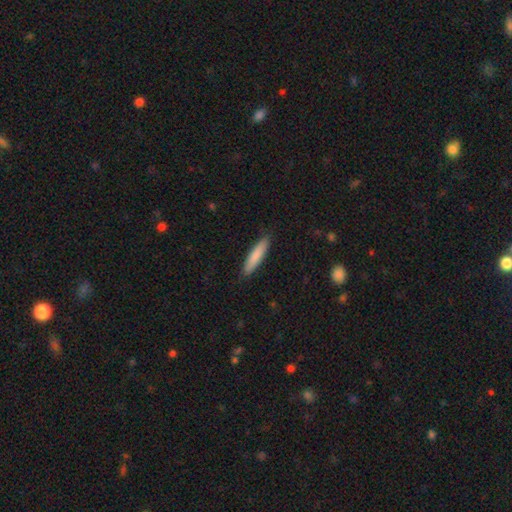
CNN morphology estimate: Q: Smooth or featured?
A: smooth (83%); runner-up: featured or disk (12%)
Q: How rounded?
A: cigar-shaped (85%); runner-up: in between (14%)
Q: Merging?
A: none (89%); runner-up: minor disturbance (9%)